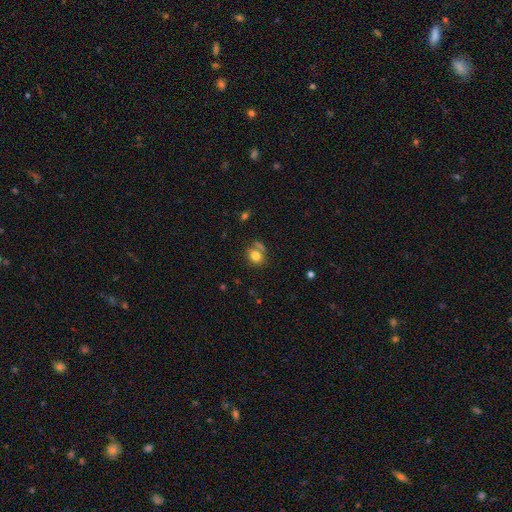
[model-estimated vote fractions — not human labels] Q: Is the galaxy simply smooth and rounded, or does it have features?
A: smooth — 79%.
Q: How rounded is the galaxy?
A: round — 65%.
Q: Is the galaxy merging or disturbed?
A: none — 57%.